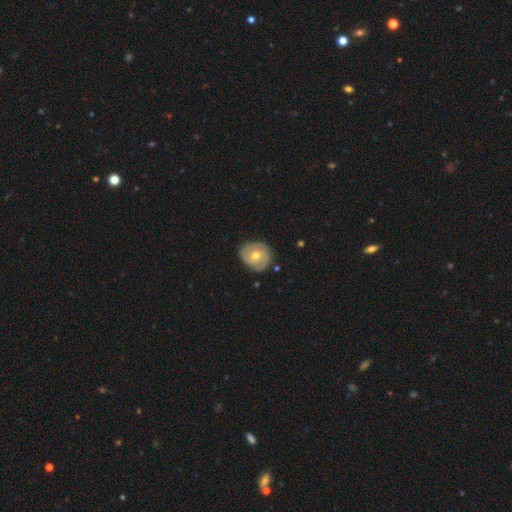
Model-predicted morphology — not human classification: smooth-or-featured: featured or disk: 70% | smooth: 24% | star or artifact: 6%
  disk-edge-on: no: 97% | yes: 3%
    bar: no: 57% | weak: 35% | strong: 8%
    has-spiral-arms: yes: 88% | no: 12%
      spiral-winding: tight: 56% | medium: 34% | loose: 10%
      spiral-arm-count: 2: 61% | can't tell: 18% | 3: 12% | 1: 4% | 4: 2% | more than 4: 2%
    bulge-size: moderate: 64% | small: 32% | large: 2% | none: 1% | dominant: 1%
  merging: none: 78% | minor disturbance: 17% | major disturbance: 4% | merger: 2%